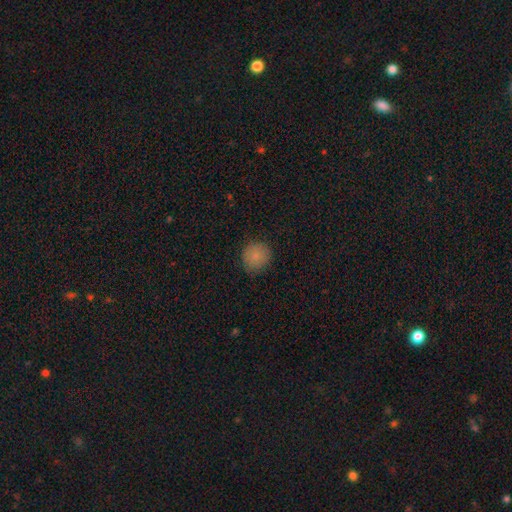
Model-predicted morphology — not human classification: A smooth galaxy with no disk features (83%) that is round (90%). Merging: none (85%).